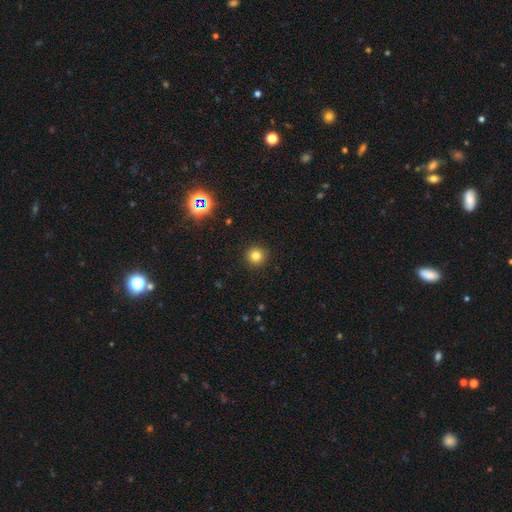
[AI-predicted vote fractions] A smooth galaxy with no disk features (79%) that is round (95%). Merging: none (93%).